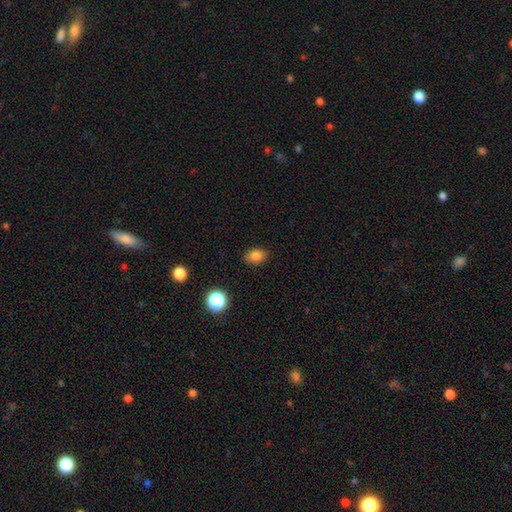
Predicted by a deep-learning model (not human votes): Morphology: type=smooth (83%); roundness=in between (74%); merging=none (86%).